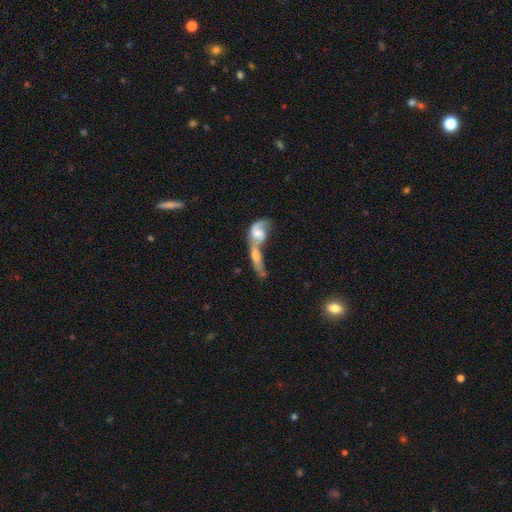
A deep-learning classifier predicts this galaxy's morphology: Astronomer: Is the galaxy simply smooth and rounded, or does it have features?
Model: featured or disk — 47% (runner-up: smooth, 45%).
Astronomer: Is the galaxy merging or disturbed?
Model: merger — 78%.